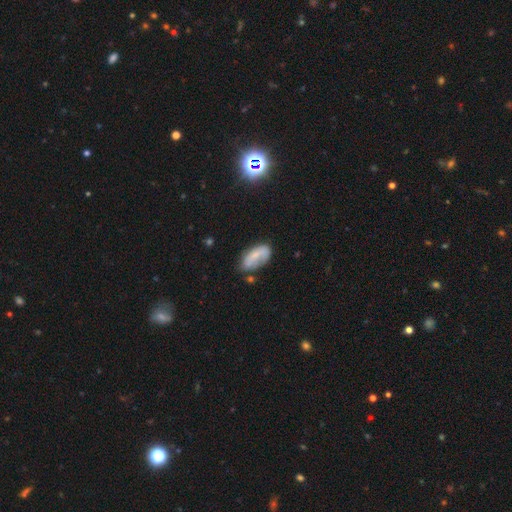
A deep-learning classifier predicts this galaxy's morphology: A smooth galaxy with no disk features (61%) that is in between round and cigar-shaped (90%). Merging: none (49%).